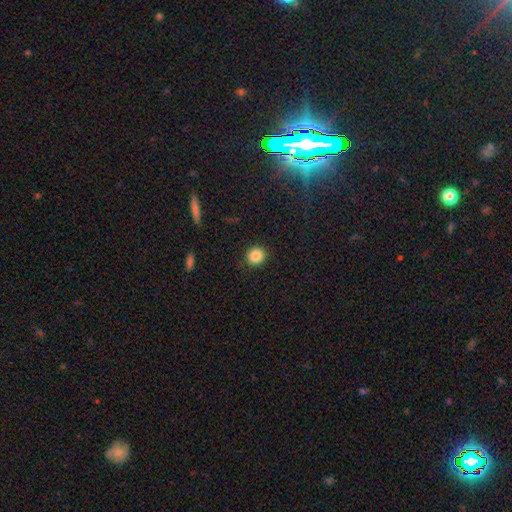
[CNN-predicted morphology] Overall: smooth (87%). How rounded: round (91%). Merging: none (91%).